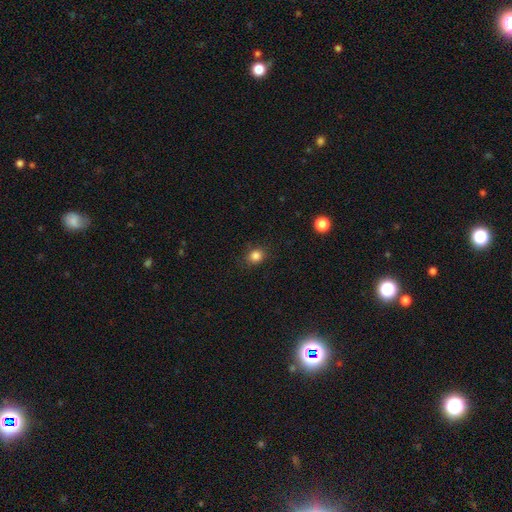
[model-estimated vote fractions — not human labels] This is clearly a smooth galaxy (84%). How rounded: likely round (67%). Merging: clearly none (86%).